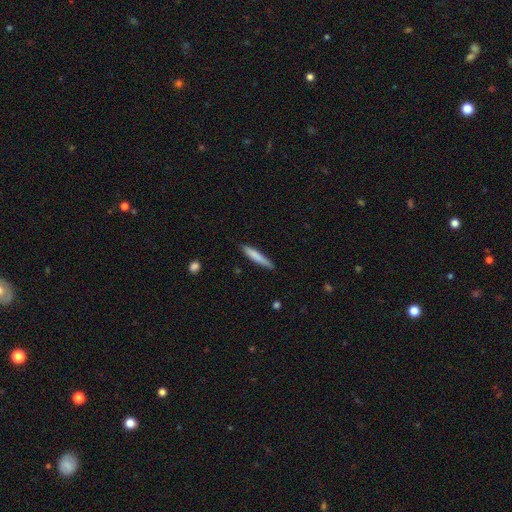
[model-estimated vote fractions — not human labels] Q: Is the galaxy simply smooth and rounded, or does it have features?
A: smooth — 77%.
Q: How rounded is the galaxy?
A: cigar-shaped — 92%.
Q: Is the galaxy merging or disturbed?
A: none — 85%.